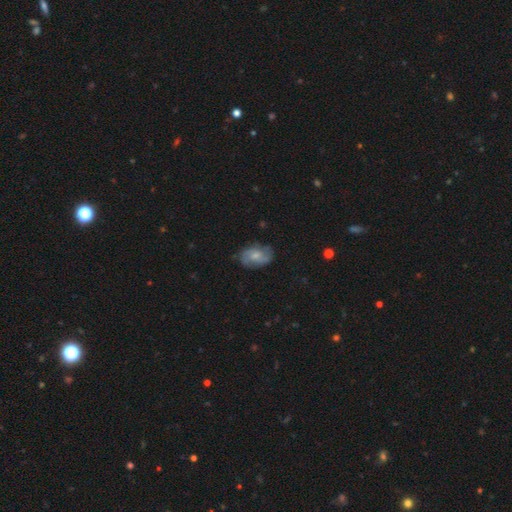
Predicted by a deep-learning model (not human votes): featured or disk 59%, smooth 34%, star or artifact 7%. Down the decision tree: edge-on disk — no (97%); bar — no (61%); spiral arms — yes (85%); bulge size — small (47%); merging — none (72%).